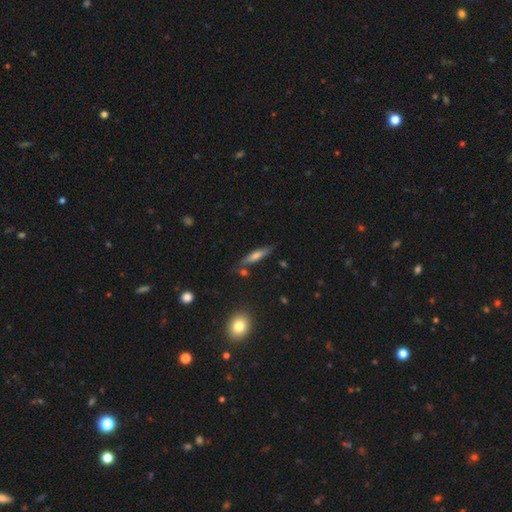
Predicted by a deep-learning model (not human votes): smooth 56%, featured or disk 37%, star or artifact 8%. Down the decision tree: how rounded — cigar-shaped (80%); merging — none (78%).